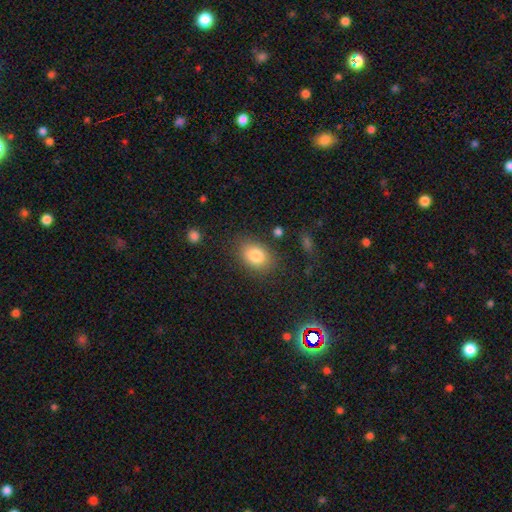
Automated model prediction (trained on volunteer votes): Overall: smooth (83%). How rounded: in between (72%). Merging: none (81%).